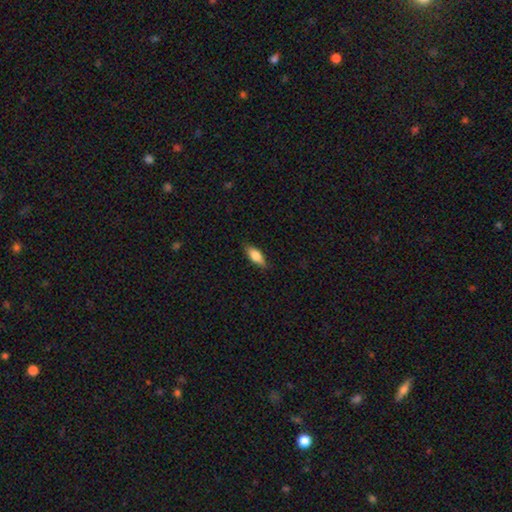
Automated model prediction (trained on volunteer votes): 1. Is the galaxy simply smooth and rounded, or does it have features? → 73% smooth, 20% featured or disk, 6% star or artifact.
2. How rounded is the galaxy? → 71% in between, 26% cigar-shaped, 3% round.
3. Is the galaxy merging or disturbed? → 84% none, 13% minor disturbance, 2% major disturbance, 1% merger.